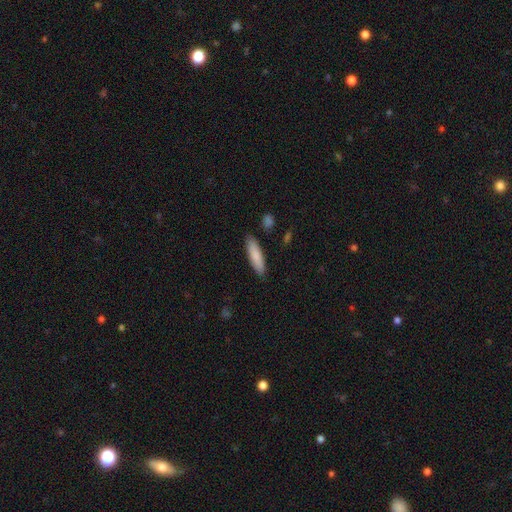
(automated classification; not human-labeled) Morphology: type=smooth (84%); roundness=cigar-shaped (66%); merging=none (87%).